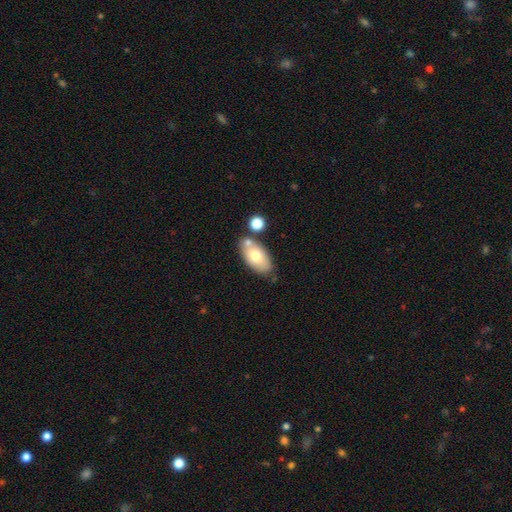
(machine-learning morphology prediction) Smooth or featured? smooth (71%)
How rounded? in between (92%)
Merging? none (65%)